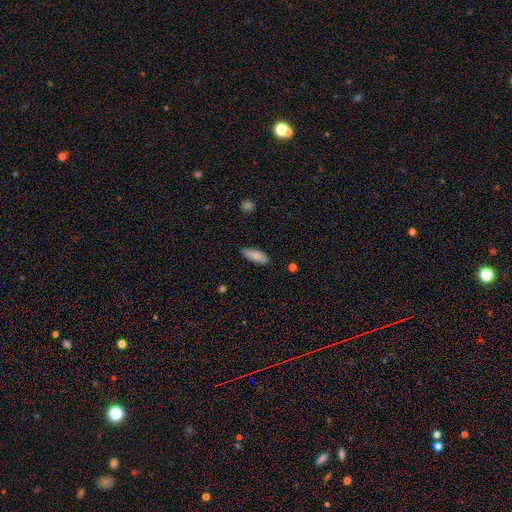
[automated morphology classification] Smooth or featured?
  - smooth: 86% *
  - featured or disk: 8%
  - star or artifact: 6%
How rounded?
  - in between: 63% *
  - cigar-shaped: 35%
  - round: 2%
Merging?
  - none: 85% *
  - minor disturbance: 12%
  - major disturbance: 2%
  - merger: 1%